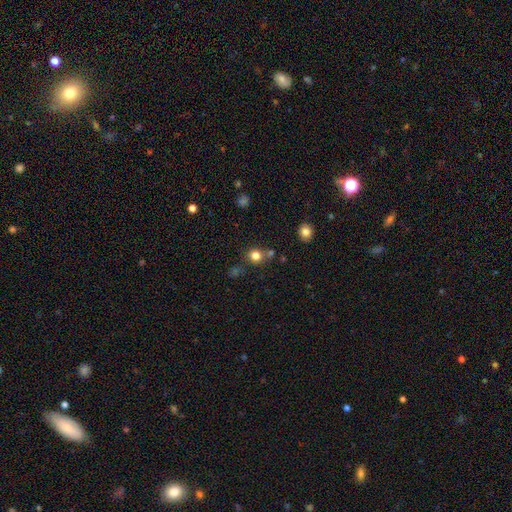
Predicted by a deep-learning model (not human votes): This appears to be a smooth galaxy with no disk features (79%) that is round (86%). Merging: none (74%).